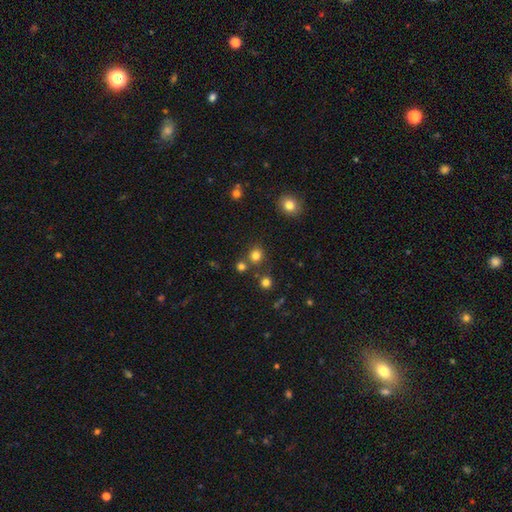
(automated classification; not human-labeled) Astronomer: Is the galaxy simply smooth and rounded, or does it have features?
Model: smooth — 78%.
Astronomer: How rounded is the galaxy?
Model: round — 87%.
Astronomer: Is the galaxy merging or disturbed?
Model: none — 76%.